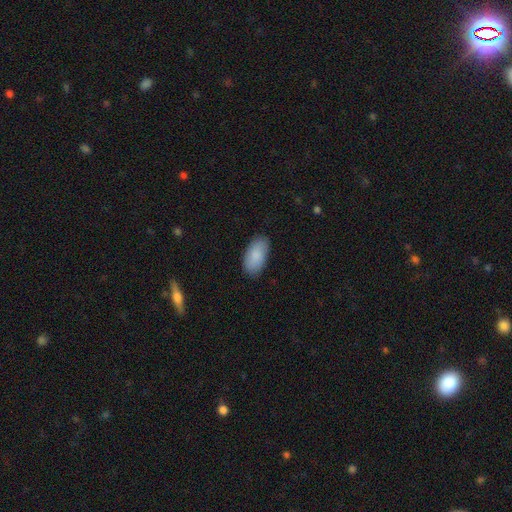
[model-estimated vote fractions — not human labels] Smooth or featured? smooth (88%)
How rounded? in between (94%)
Merging? none (85%)